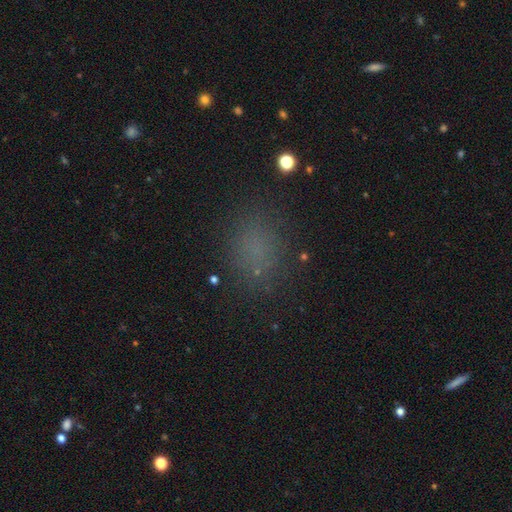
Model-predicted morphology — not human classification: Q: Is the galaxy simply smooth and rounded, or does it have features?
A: smooth — 70%.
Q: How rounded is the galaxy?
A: in between — 57%.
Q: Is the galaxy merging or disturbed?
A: none — 80%.